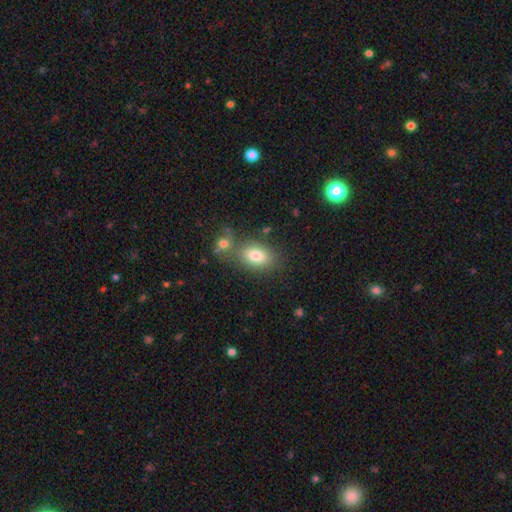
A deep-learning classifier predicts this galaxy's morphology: The model was most divided on "merging": none: 60%, merger: 24%, minor disturbance: 12%, major disturbance: 4%. More confident: how rounded — in between (82%); smooth or featured — smooth (80%).